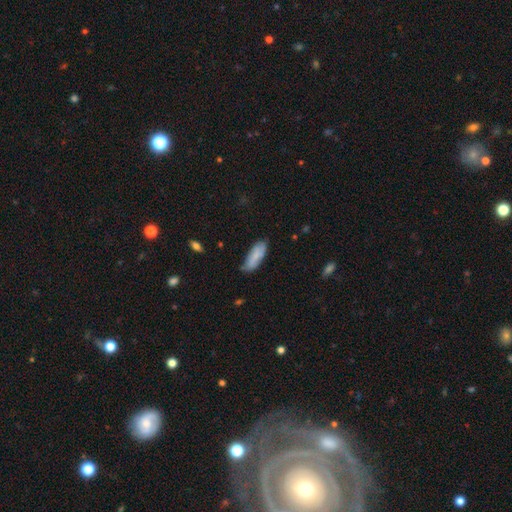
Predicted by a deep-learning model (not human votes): Smooth or featured: smooth — 81% (featured or disk — 13%)
How rounded: in between — 64% (cigar-shaped — 34%)
Merging: none — 72% (minor disturbance — 22%)